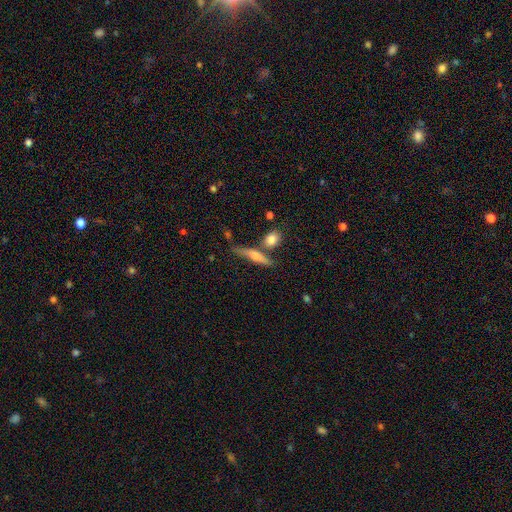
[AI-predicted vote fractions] smooth_or_featured: smooth (p=0.54) [alt: featured or disk p=0.38]
how_rounded: cigar-shaped (p=0.78) [alt: in between p=0.18]
merging: none (p=0.62) [alt: minor disturbance p=0.18]